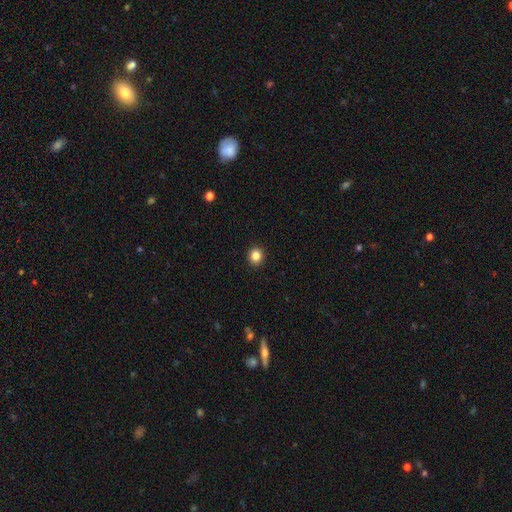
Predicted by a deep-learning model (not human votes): Smooth or featured?
  - smooth: 86% *
  - star or artifact: 11%
  - featured or disk: 4%
How rounded?
  - round: 81% *
  - in between: 18%
  - cigar-shaped: 1%
Merging?
  - none: 92% *
  - minor disturbance: 5%
  - major disturbance: 2%
  - merger: 1%